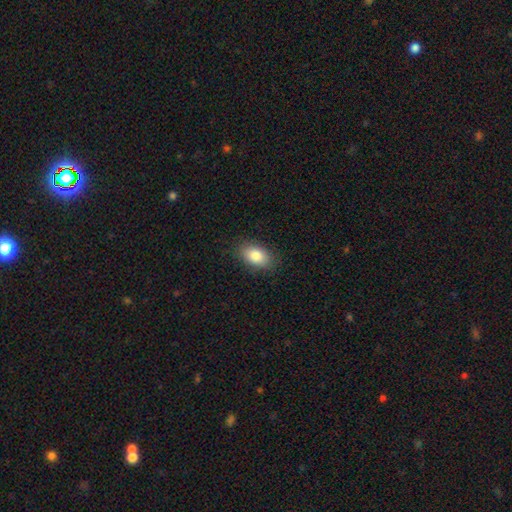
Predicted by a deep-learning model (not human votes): Smooth or featured: smooth — 84% (featured or disk — 8%)
How rounded: in between — 91% (round — 8%)
Merging: none — 86% (minor disturbance — 11%)